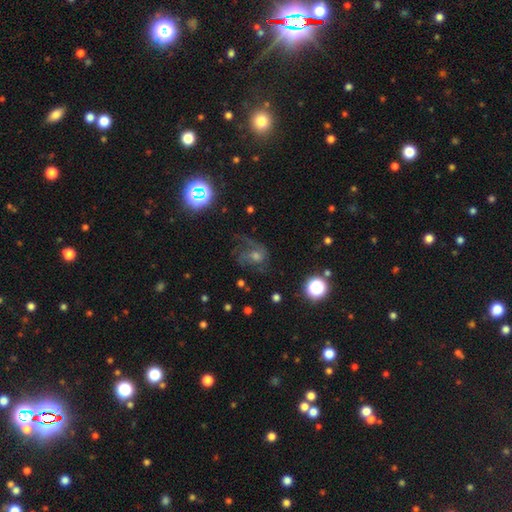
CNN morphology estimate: smooth_or_featured: featured or disk (p=0.52) [alt: star or artifact p=0.24]
disk_edge_on: no (p=0.97) [alt: yes p=0.03]
bar: no (p=0.71) [alt: weak p=0.24]
has_spiral_arms: yes (p=0.80) [alt: no p=0.20]
bulge_size: moderate (p=0.53) [alt: small p=0.29]
merging: none (p=0.46) [alt: major disturbance p=0.31]